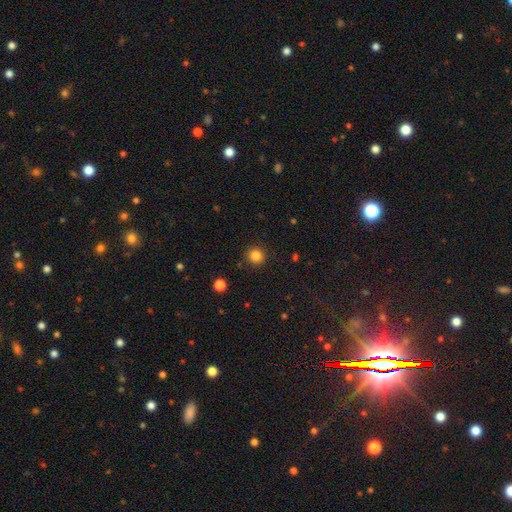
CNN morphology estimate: Smooth or featured?
  - smooth: 83% *
  - star or artifact: 12%
  - featured or disk: 5%
How rounded?
  - round: 93% *
  - in between: 6%
  - cigar-shaped: 1%
Merging?
  - none: 90% *
  - minor disturbance: 6%
  - major disturbance: 2%
  - merger: 1%